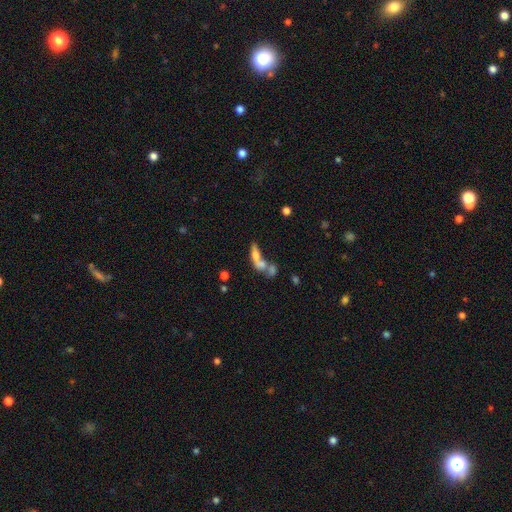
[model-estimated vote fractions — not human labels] A smooth galaxy with no disk features (55%) that is in between round and cigar-shaped (57%). Merging: merger (62%).